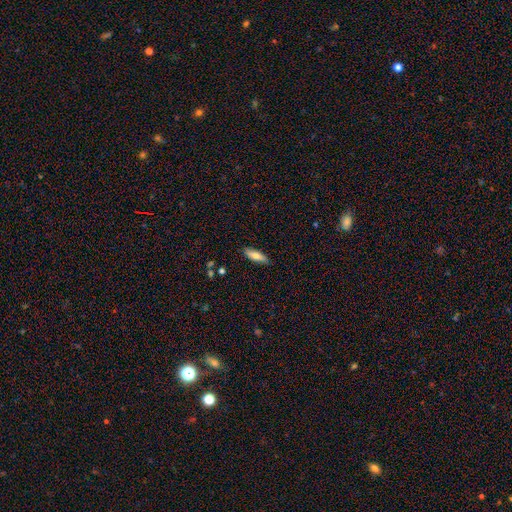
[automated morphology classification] A smooth galaxy with no disk features (69%) that is cigar-shaped (52%). Merging: none (87%).